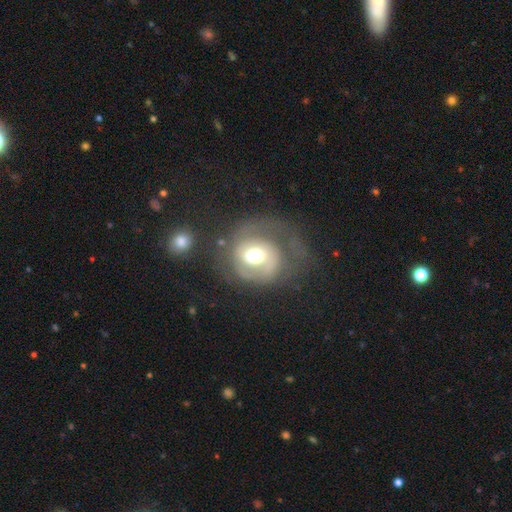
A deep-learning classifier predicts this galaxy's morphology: Smooth or featured: featured or disk — 64% (smooth — 28%)
Edge-on disk: no — 97% (yes — 3%)
Bar: no — 56% (weak — 34%)
Spiral arms: yes — 78% (no — 22%)
Bulge size: moderate — 61% (large — 27%)
Merging: none — 41% (major disturbance — 33%)